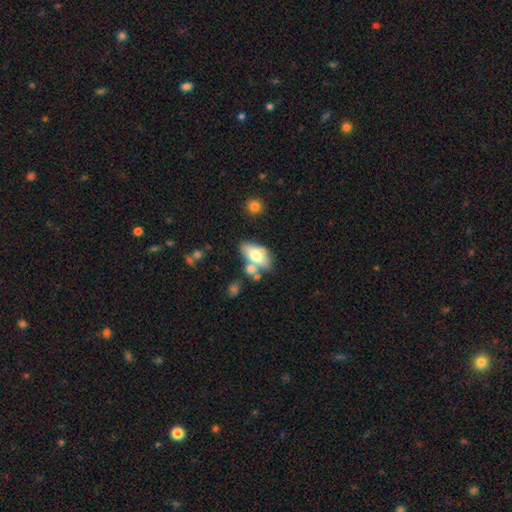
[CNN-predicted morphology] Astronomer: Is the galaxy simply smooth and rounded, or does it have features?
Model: smooth — 61%.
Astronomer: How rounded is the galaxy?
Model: in between — 87%.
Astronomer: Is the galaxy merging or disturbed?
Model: none — 41% (runner-up: merger, 33%).